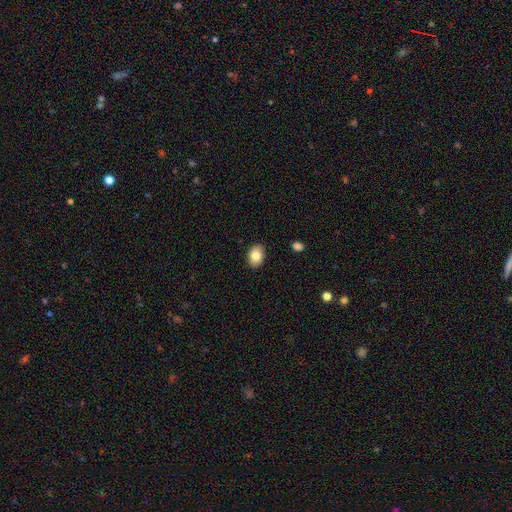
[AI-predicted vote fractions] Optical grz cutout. It shows a smooth galaxy with no disk features (84%) that is in between round and cigar-shaped (76%). Merging: none (89%).